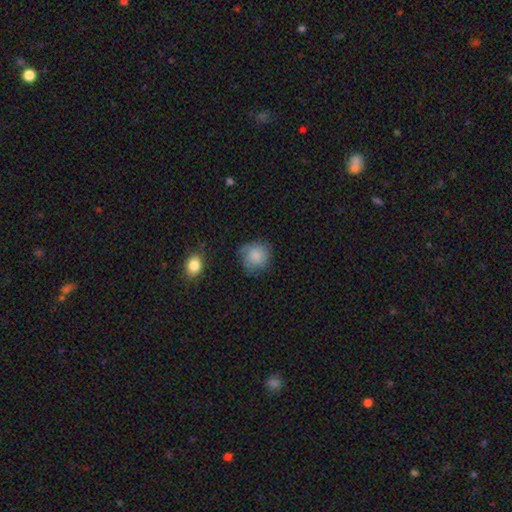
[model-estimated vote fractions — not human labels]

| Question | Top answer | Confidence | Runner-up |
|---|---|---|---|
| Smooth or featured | smooth | 82% | featured or disk (10%) |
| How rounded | round | 86% | in between (13%) |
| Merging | none | 65% | minor disturbance (26%) |